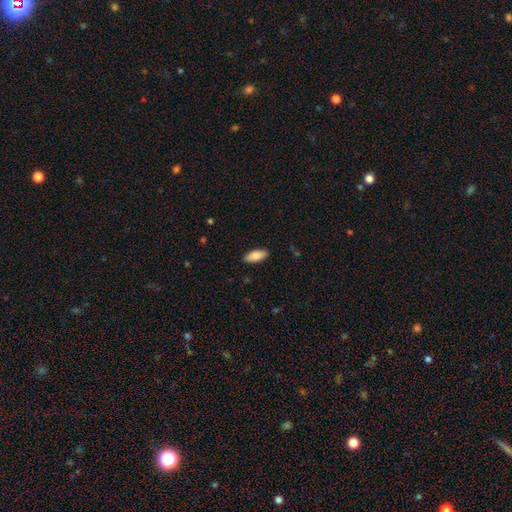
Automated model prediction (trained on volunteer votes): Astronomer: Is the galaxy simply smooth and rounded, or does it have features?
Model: smooth — 85%.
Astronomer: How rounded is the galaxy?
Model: in between — 82%.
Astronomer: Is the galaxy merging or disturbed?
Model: none — 89%.